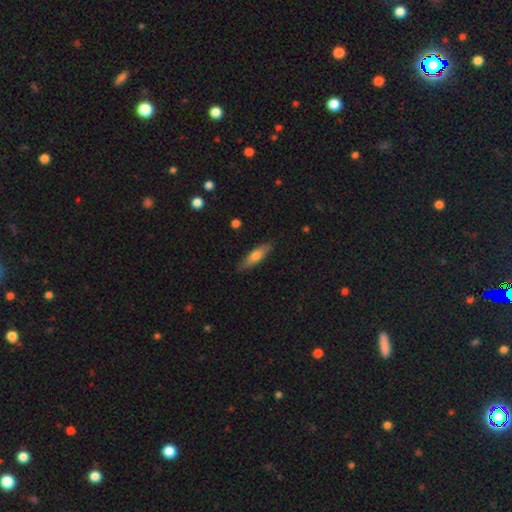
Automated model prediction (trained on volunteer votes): Smooth or featured?
  - smooth: 67% *
  - featured or disk: 27%
  - star or artifact: 6%
How rounded?
  - cigar-shaped: 62% *
  - in between: 36%
  - round: 2%
Merging?
  - none: 85% *
  - minor disturbance: 12%
  - major disturbance: 2%
  - merger: 1%